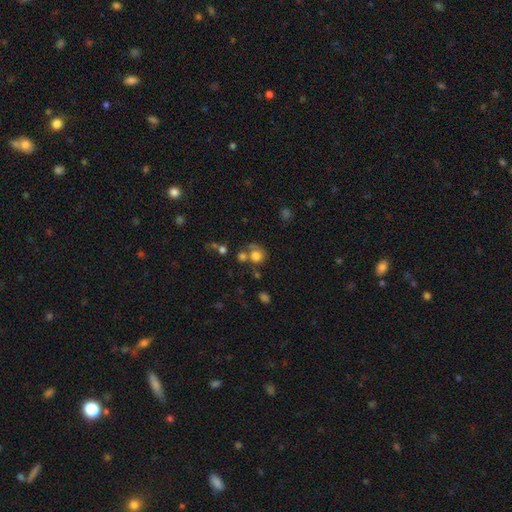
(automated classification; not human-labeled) smooth_or_featured: smooth (p=0.75) [alt: star or artifact p=0.12]
how_rounded: round (p=0.83) [alt: in between p=0.16]
merging: none (p=0.48) [alt: merger p=0.29]